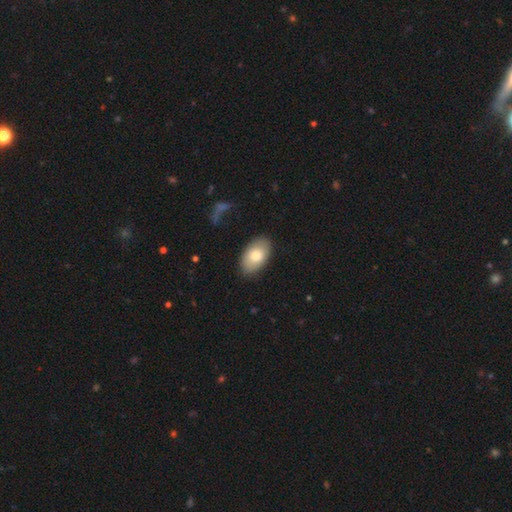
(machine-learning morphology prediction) Smooth or featured? smooth (77%)
How rounded? in between (93%)
Merging? none (85%)